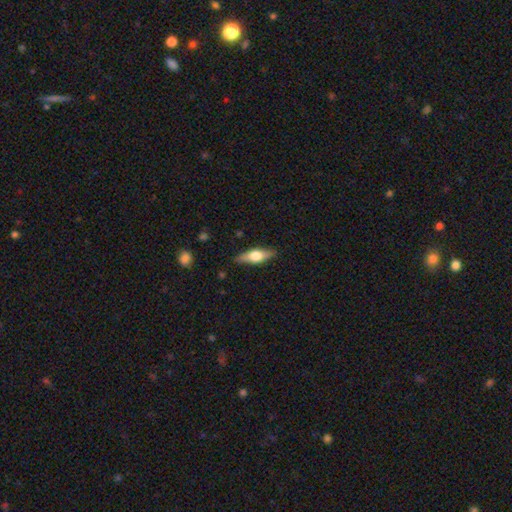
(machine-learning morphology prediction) A smooth galaxy with no disk features (47%, tied with featured or disk).

Vote fractions:
- Smooth or featured? smooth: 47% (tied) / featured or disk: 47% (tied) / star or artifact: 6%
- Merging? none: 85% / minor disturbance: 11% / major disturbance: 2% / merger: 1%